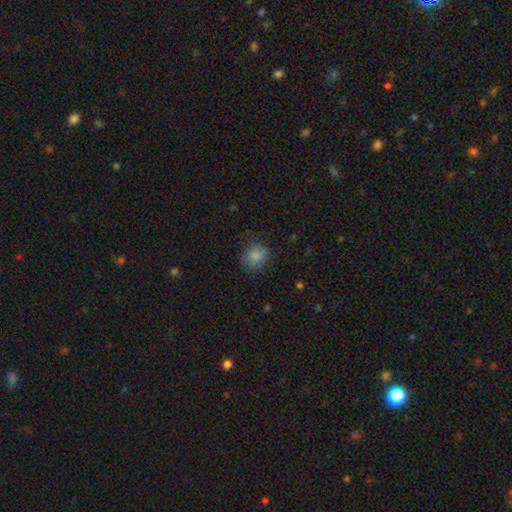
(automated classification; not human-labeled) Q: Smooth or featured?
A: smooth (82%); runner-up: star or artifact (9%)
Q: How rounded?
A: round (65%); runner-up: in between (34%)
Q: Merging?
A: none (73%); runner-up: minor disturbance (19%)